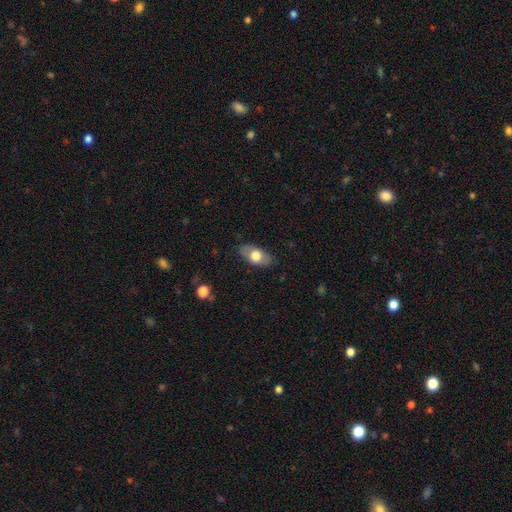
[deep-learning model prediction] Overall: smooth (67%; featured or disk 27%). How rounded: in between (90%). Merging: none (81%).